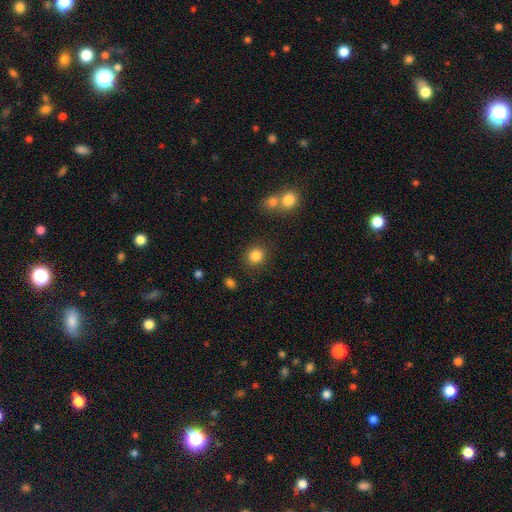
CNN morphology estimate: Smooth or featured? smooth (84%)
How rounded? round (86%)
Merging? none (85%)